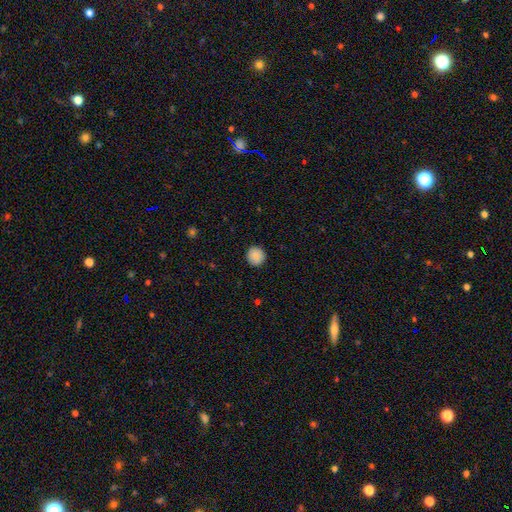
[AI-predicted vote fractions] This is clearly a smooth galaxy (89%). How rounded: clearly round (92%). Merging: clearly none (91%).